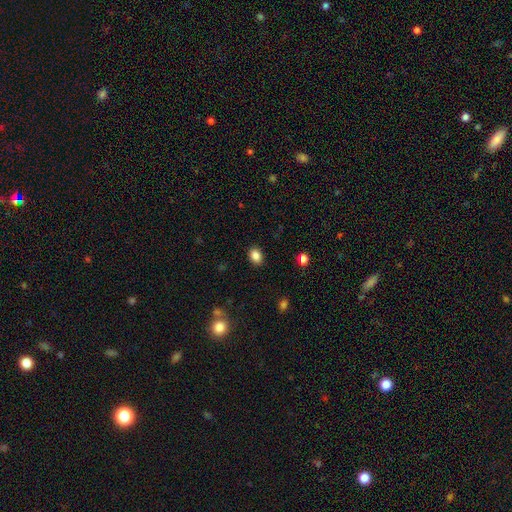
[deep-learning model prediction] Morphology: type=smooth (86%); roundness=in between (69%); merging=none (88%).